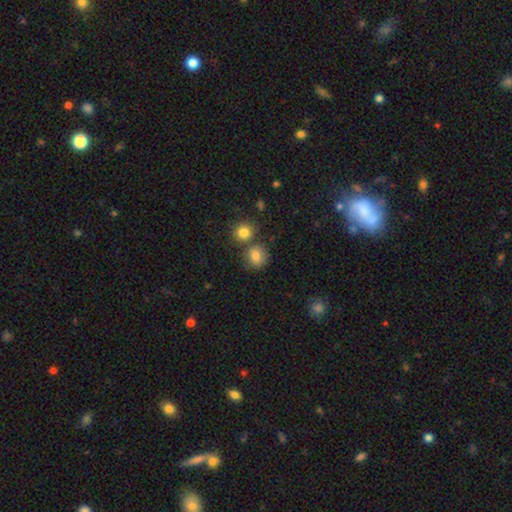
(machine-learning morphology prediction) A smooth galaxy with no disk features (82%) that is round (75%).

Vote fractions:
- Smooth or featured? smooth: 82% / star or artifact: 10% / featured or disk: 8%
- How rounded? round: 75% / in between: 24% / cigar-shaped: 1%
- Merging? none: 64% / merger: 20% / minor disturbance: 12% / major disturbance: 4%